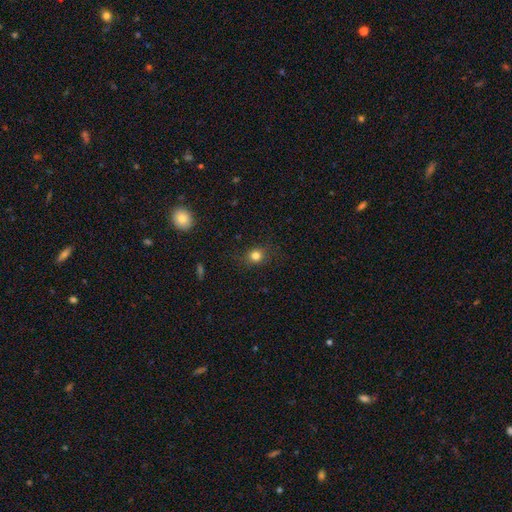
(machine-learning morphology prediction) Smooth or featured?
  - smooth: 80% *
  - star or artifact: 13%
  - featured or disk: 6%
How rounded?
  - round: 77% *
  - in between: 21%
  - cigar-shaped: 1%
Merging?
  - none: 83% *
  - minor disturbance: 12%
  - major disturbance: 4%
  - merger: 1%